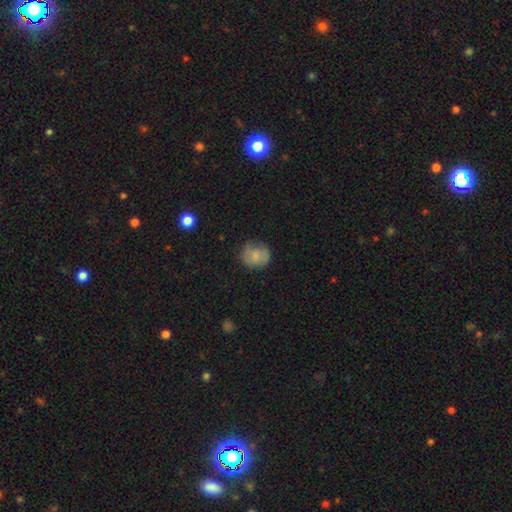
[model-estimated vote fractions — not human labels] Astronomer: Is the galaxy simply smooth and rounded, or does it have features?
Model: smooth — 73%.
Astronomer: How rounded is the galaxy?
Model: round — 79%.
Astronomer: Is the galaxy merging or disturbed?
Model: none — 66%.